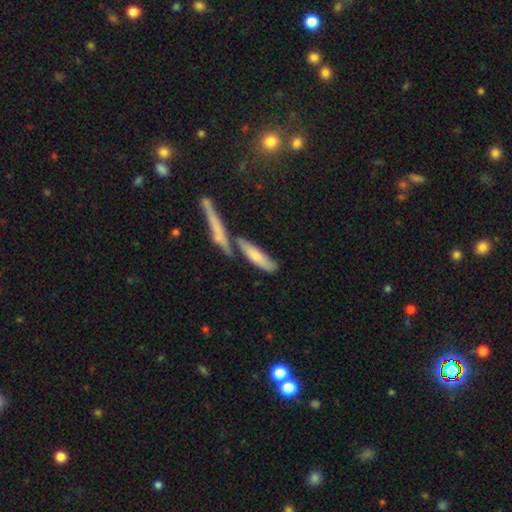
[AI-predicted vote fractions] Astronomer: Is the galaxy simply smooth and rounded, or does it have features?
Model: smooth — 68%.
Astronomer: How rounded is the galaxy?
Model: cigar-shaped — 68%.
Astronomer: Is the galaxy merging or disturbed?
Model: none — 48% (runner-up: merger, 32%).